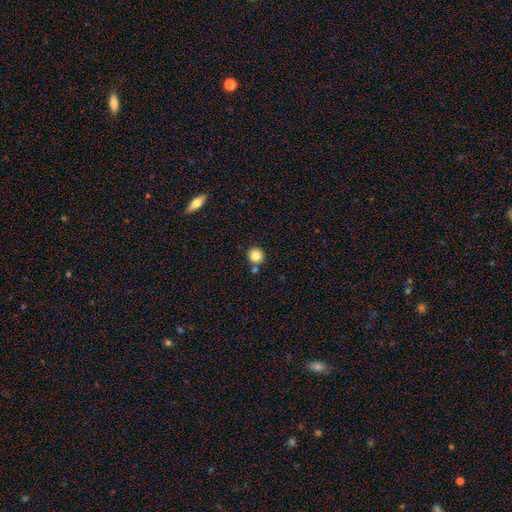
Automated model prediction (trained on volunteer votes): This appears to be a smooth galaxy with no disk features (84%) that is round (93%). Merging: none (81%).